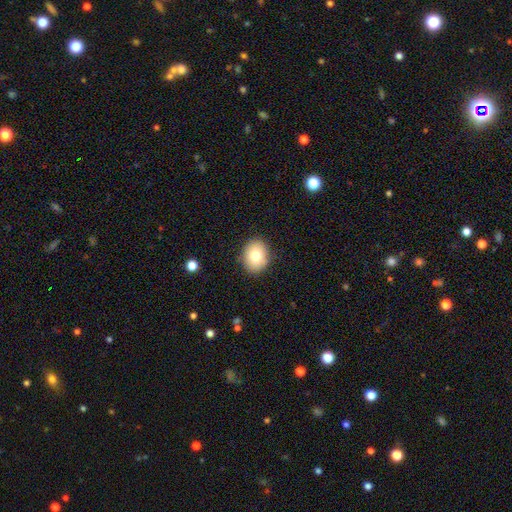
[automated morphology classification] Smooth or featured?
  - smooth: 78% *
  - featured or disk: 13%
  - star or artifact: 9%
How rounded?
  - round: 50% *
  - in between: 49%
  - cigar-shaped: 1%
Merging?
  - none: 88% *
  - minor disturbance: 9%
  - major disturbance: 2%
  - merger: 1%